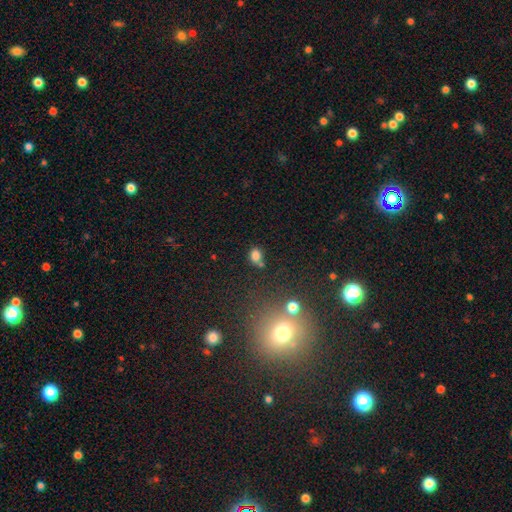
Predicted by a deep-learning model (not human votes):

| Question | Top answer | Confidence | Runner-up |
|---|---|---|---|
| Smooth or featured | smooth | 78% | star or artifact (15%) |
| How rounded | in between | 54% | round (45%) |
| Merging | none | 57% | merger (21%) |